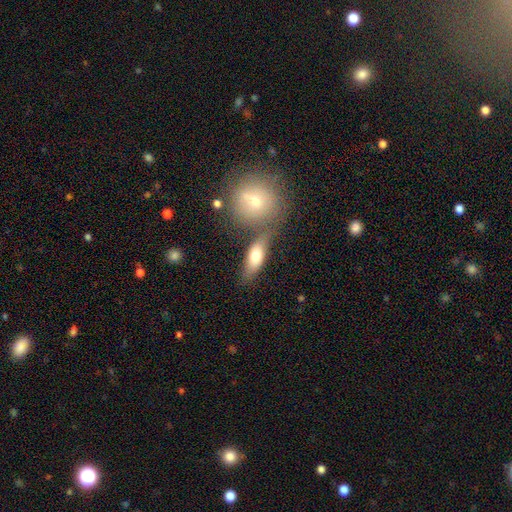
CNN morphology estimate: Q: Smooth or featured?
A: smooth (71%); runner-up: featured or disk (21%)
Q: How rounded?
A: in between (71%); runner-up: cigar-shaped (21%)
Q: Merging?
A: none (60%); runner-up: merger (21%)